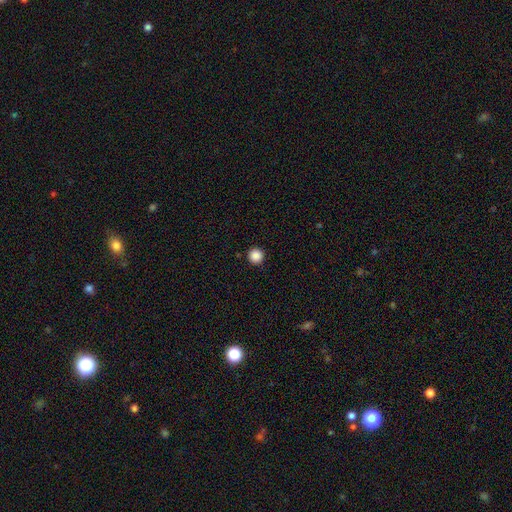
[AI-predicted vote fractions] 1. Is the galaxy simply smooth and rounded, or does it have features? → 88% smooth, 10% star or artifact, 2% featured or disk.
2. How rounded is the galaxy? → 97% round, 2% in between, 1% cigar-shaped.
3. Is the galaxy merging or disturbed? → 93% none, 4% minor disturbance, 1% major disturbance, 1% merger.